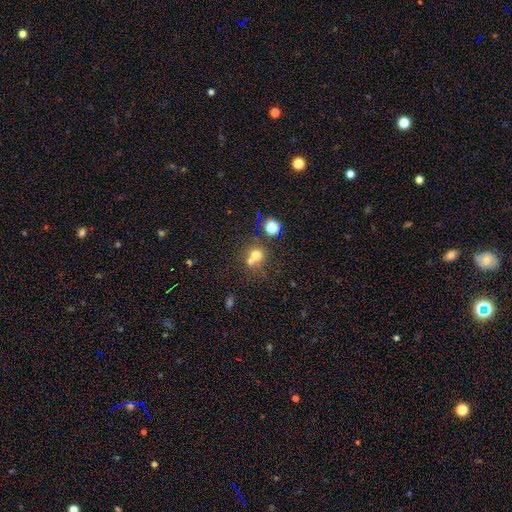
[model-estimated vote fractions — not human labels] This is likely a smooth galaxy (65%). How rounded: clearly round (84%). Merging: possibly none (48%).